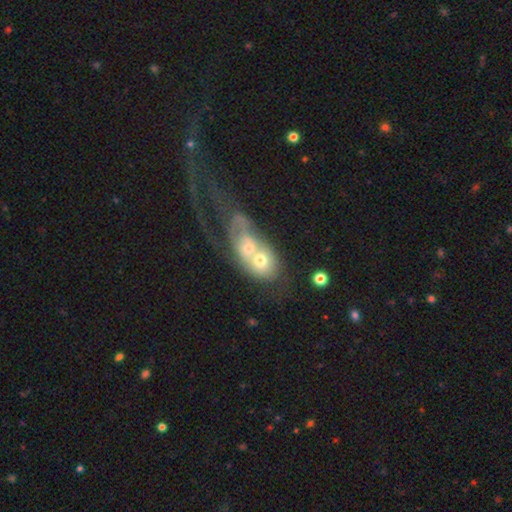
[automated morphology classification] smooth-or-featured: featured or disk: 56% | smooth: 35% | star or artifact: 9%
  disk-edge-on: no: 92% | yes: 8%
    bar: no: 82% | weak: 14% | strong: 4%
    has-spiral-arms: no: 62% | yes: 38%
    bulge-size: moderate: 57% | small: 27% | large: 10% | none: 5% | dominant: 2%
  merging: merger: 70% | major disturbance: 16% | none: 9% | minor disturbance: 5%